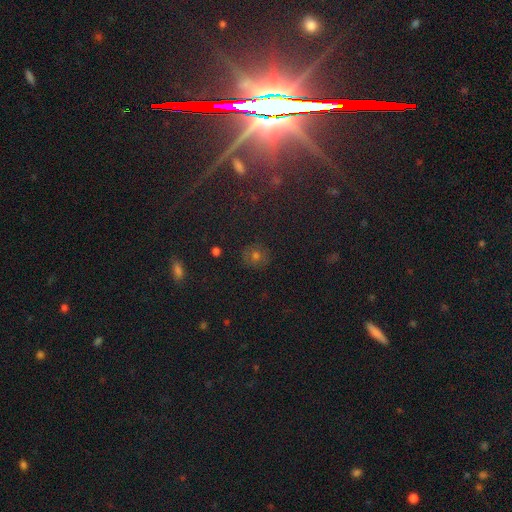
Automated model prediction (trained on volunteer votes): This appears to be a smooth galaxy with no disk features (54%) that is round (85%). Merging: none (85%).